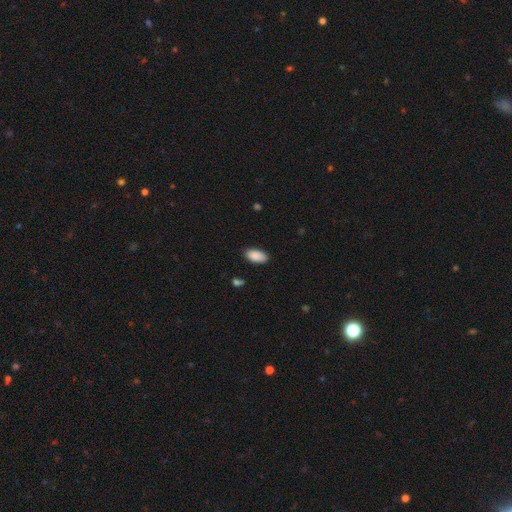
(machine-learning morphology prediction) type=smooth (90%); roundness=in between (94%); merging=none (87%).